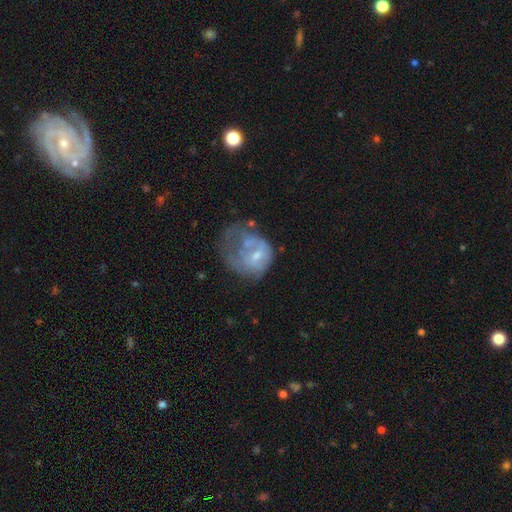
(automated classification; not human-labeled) Smooth or featured? featured or disk (52%)
Edge-on disk? no (98%)
Bar? no (71%)
Spiral arms? no (73%)
Bulge size? small (44%)
Merging? major disturbance (51%)